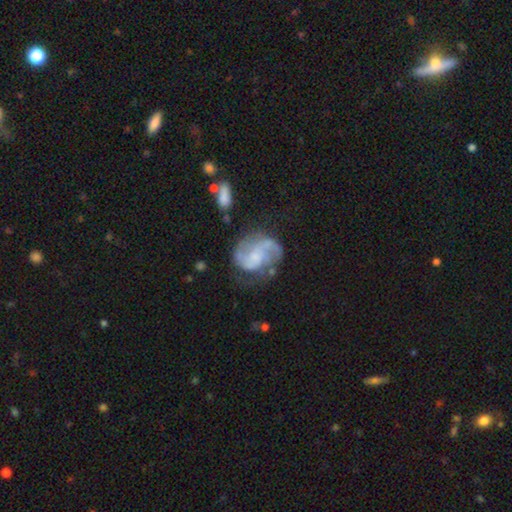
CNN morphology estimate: Smooth or featured? featured or disk (81%)
Edge-on disk? no (98%)
Bar? no (56%)
Spiral arms? yes (94%)
Spiral winding? medium (50%)
Spiral arm count? 2 (77%)
Bulge size? small (40%)
Merging? none (57%)